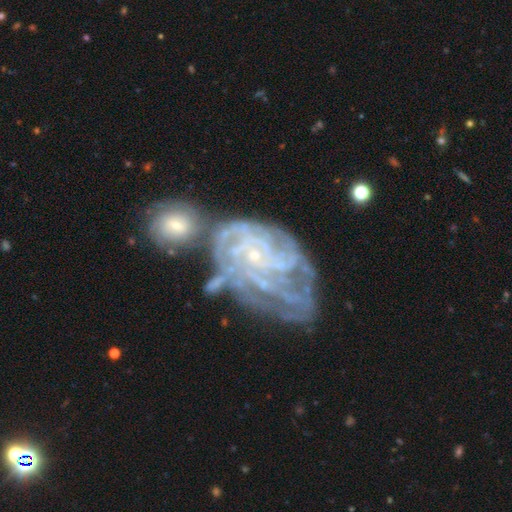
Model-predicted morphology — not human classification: Smooth or featured: featured or disk — 85% (star or artifact — 8%)
Edge-on disk: no — 97% (yes — 3%)
Bar: no — 68% (weak — 24%)
Spiral arms: yes — 95% (no — 5%)
Spiral winding: tight — 72% (medium — 22%)
Spiral arm count: can't tell — 31% (4 — 22%)
Bulge size: small — 83% (moderate — 8%)
Merging: none — 34% (merger — 28%)